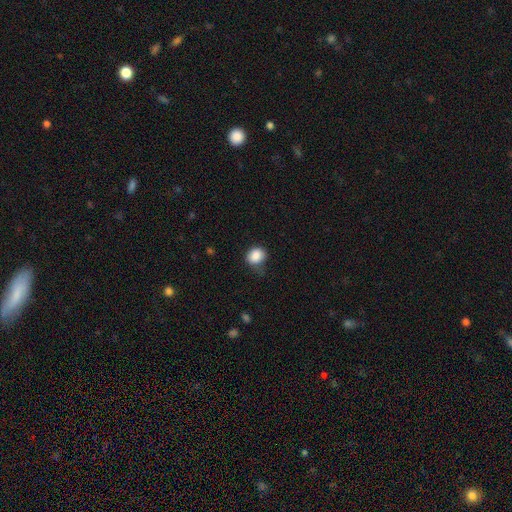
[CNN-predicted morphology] A smooth galaxy with no disk features (87%) that is round (68%). Merging: none (64%).